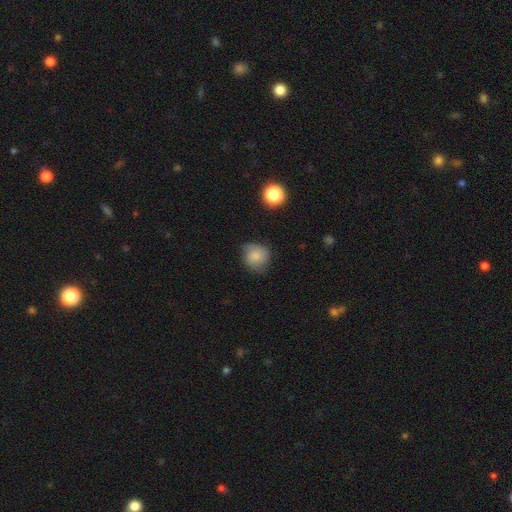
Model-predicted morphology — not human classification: type=smooth (72%); roundness=round (80%); merging=none (59%).